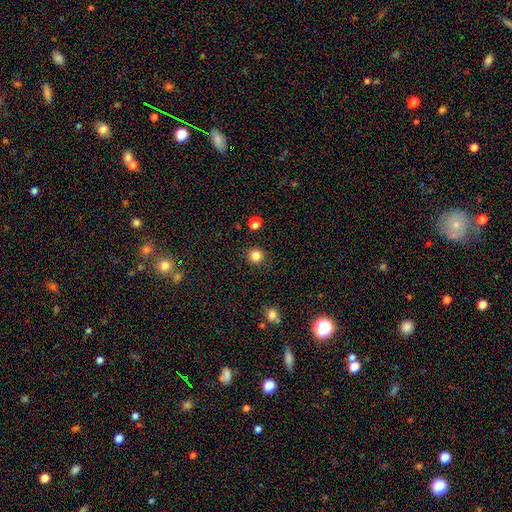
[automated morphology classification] A smooth galaxy with no disk features (84%) that is round (93%).

Vote fractions:
- Smooth or featured? smooth: 84% / star or artifact: 13% / featured or disk: 4%
- How rounded? round: 93% / in between: 6% / cigar-shaped: 1%
- Merging? none: 90% / minor disturbance: 6% / major disturbance: 2% / merger: 2%